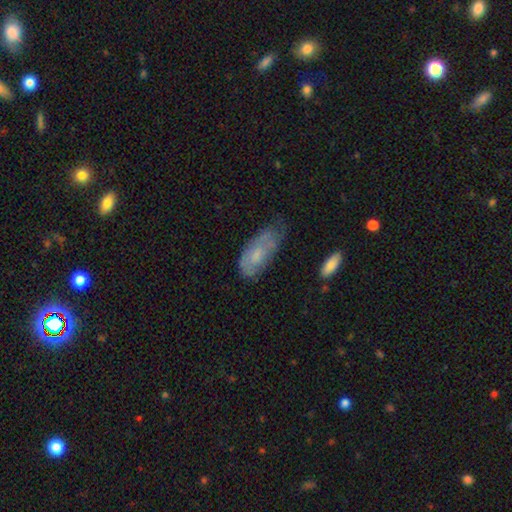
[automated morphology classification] smooth_or_featured: smooth (p=0.59) [alt: featured or disk p=0.34]
how_rounded: in between (p=0.86) [alt: cigar-shaped p=0.11]
merging: none (p=0.43) [alt: minor disturbance p=0.39]